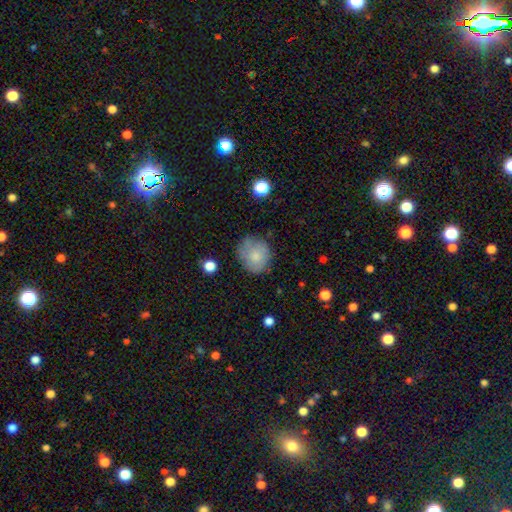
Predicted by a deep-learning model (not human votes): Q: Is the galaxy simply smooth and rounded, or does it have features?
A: smooth — 76%.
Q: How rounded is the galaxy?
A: round — 73%.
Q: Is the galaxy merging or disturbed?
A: none — 66%.